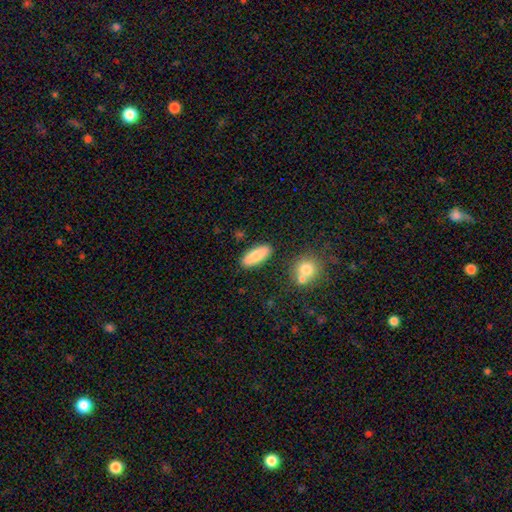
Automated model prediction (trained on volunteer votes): This appears to be a smooth galaxy with no disk features (82%) that is in between round and cigar-shaped (66%). Merging: none (87%).